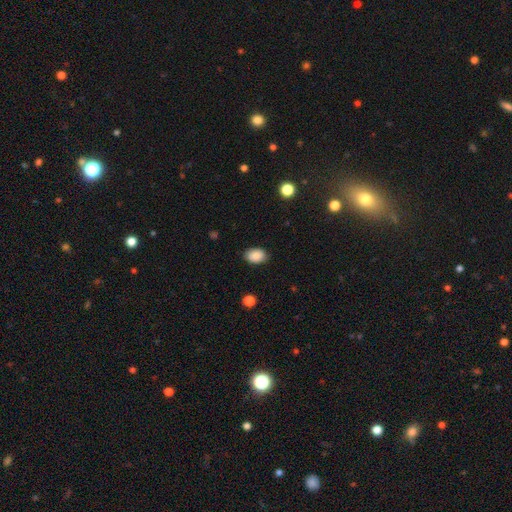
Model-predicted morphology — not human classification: The model was most divided on "how rounded": in between: 81%, round: 18%, cigar-shaped: 1%. More confident: smooth or featured — smooth (87%); merging — none (84%).